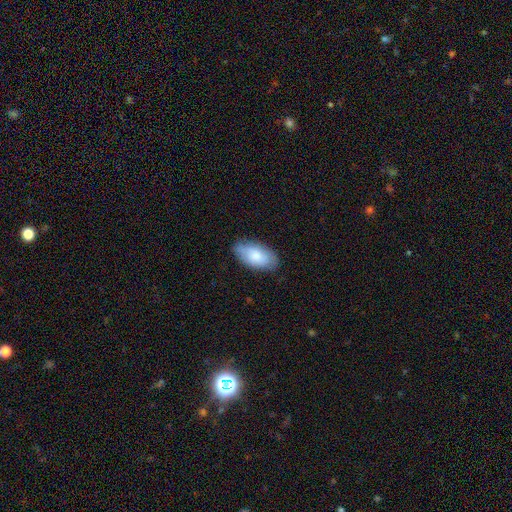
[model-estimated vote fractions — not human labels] Overall: smooth (80%). How rounded: in between (95%). Merging: none (79%).